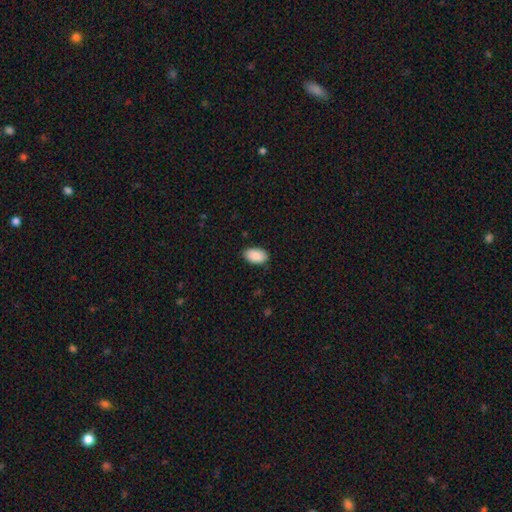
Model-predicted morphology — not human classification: Smooth or featured?
  - smooth: 91% *
  - star or artifact: 6%
  - featured or disk: 3%
How rounded?
  - in between: 94% *
  - round: 4%
  - cigar-shaped: 1%
Merging?
  - none: 87% *
  - minor disturbance: 10%
  - major disturbance: 2%
  - merger: 1%